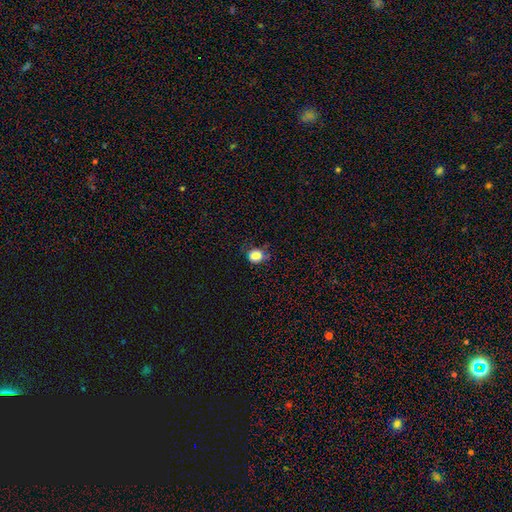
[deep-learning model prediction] smooth 85%, star or artifact 10%, featured or disk 5%. Down the decision tree: how rounded — round (69%); merging — none (60%).